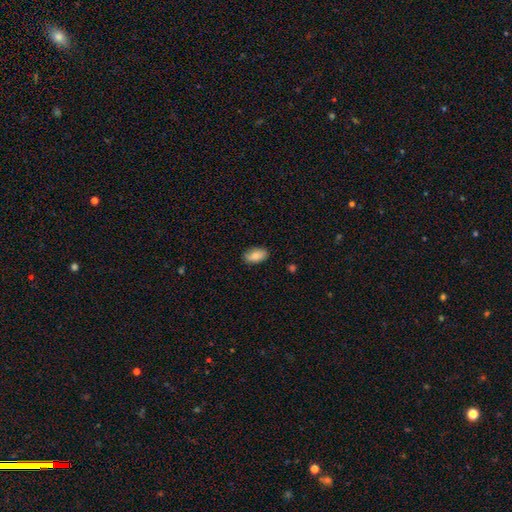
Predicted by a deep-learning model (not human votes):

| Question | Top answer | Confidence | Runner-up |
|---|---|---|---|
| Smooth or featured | smooth | 85% | featured or disk (8%) |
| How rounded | in between | 93% | round (4%) |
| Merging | none | 85% | minor disturbance (12%) |